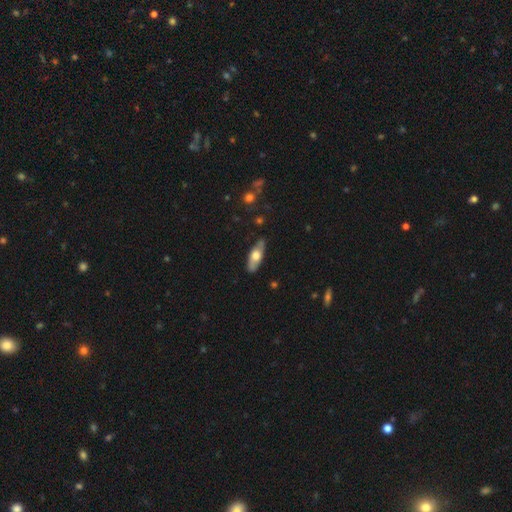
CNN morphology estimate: A smooth galaxy with no disk features (53%) that is in between round and cigar-shaped (69%). Merging: none (81%).